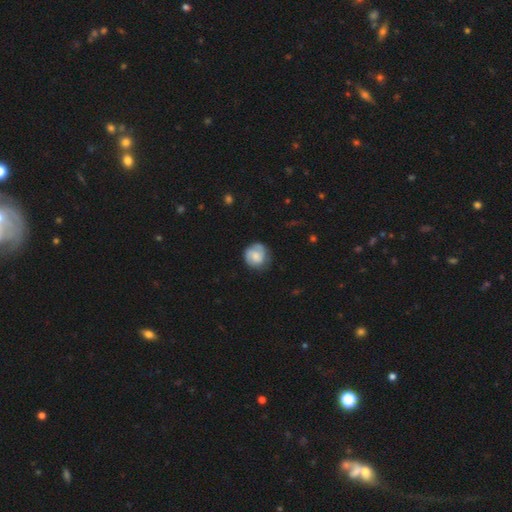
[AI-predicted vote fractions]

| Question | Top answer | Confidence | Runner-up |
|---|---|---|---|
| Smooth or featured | smooth | 54% | featured or disk (39%) |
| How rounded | round | 86% | in between (13%) |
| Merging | none | 72% | minor disturbance (20%) |